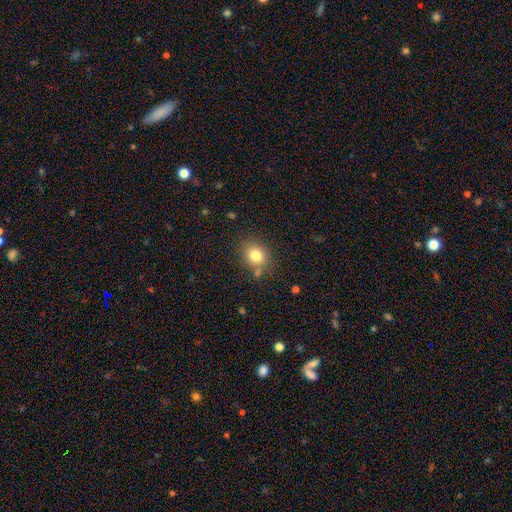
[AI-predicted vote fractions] Smooth or featured? Predicted: smooth (p=0.80). How rounded? Predicted: round (p=0.66). Merging? Predicted: none (p=0.76).